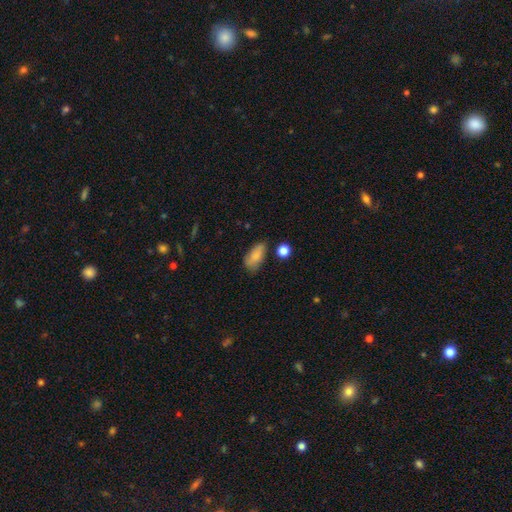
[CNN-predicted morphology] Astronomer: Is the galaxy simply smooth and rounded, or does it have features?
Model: smooth — 79%.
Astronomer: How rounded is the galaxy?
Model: in between — 87%.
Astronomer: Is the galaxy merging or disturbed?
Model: none — 56%.